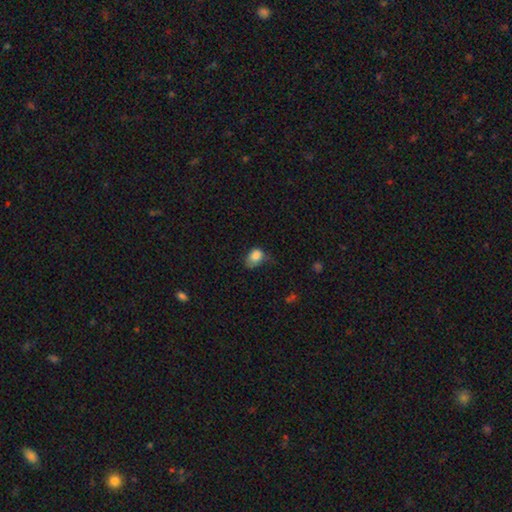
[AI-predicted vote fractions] Morphology: type=smooth (83%); roundness=in between (73%); merging=minor disturbance (42%).